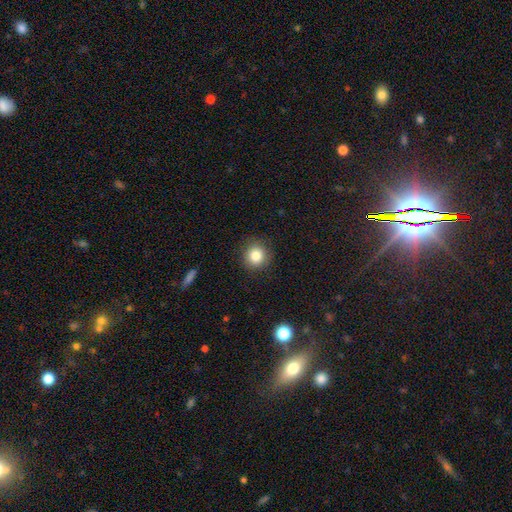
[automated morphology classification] Smooth or featured? smooth (83%)
How rounded? round (91%)
Merging? none (88%)